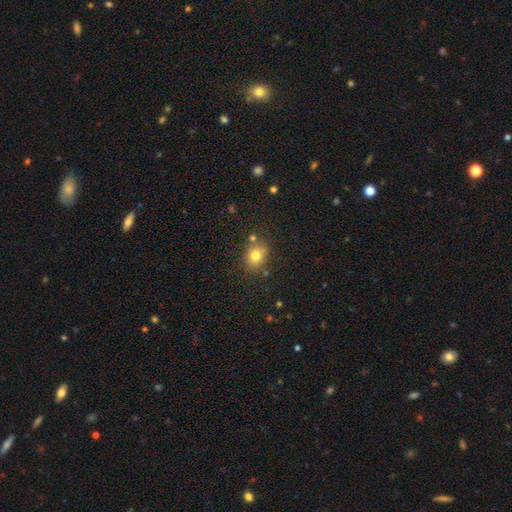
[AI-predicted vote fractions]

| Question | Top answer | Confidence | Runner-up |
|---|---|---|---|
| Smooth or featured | smooth | 77% | star or artifact (13%) |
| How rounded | round | 60% | in between (39%) |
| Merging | none | 75% | minor disturbance (13%) |